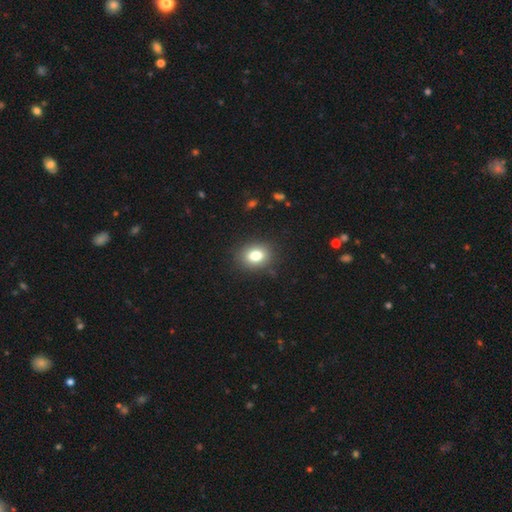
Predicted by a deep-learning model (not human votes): Smooth or featured?
  - smooth: 80% *
  - star or artifact: 11%
  - featured or disk: 9%
How rounded?
  - in between: 53% *
  - round: 46%
  - cigar-shaped: 1%
Merging?
  - none: 87% *
  - minor disturbance: 9%
  - major disturbance: 3%
  - merger: 1%